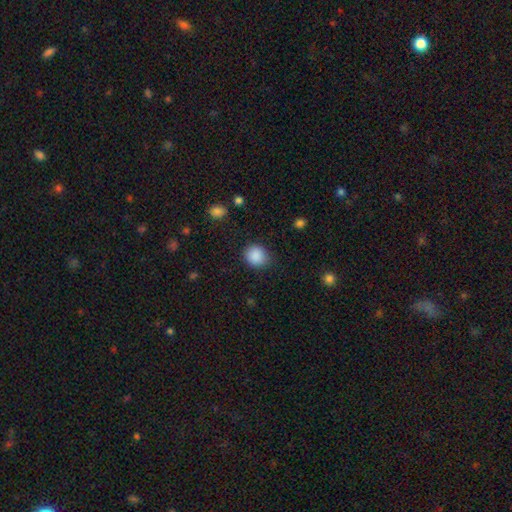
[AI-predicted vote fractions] Overall: smooth (88%). How rounded: round (82%). Merging: none (84%).